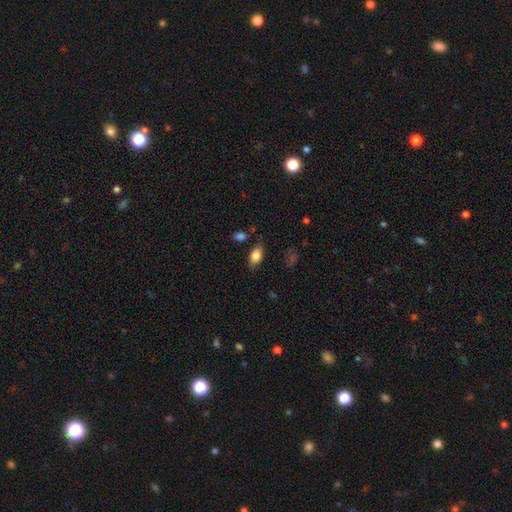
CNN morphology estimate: A smooth galaxy with no disk features (82%) that is in between round and cigar-shaped (89%).

Vote fractions:
- Smooth or featured? smooth: 82% / featured or disk: 10% / star or artifact: 8%
- How rounded? in between: 89% / round: 7% / cigar-shaped: 4%
- Merging? none: 77% / minor disturbance: 16% / major disturbance: 4% / merger: 3%